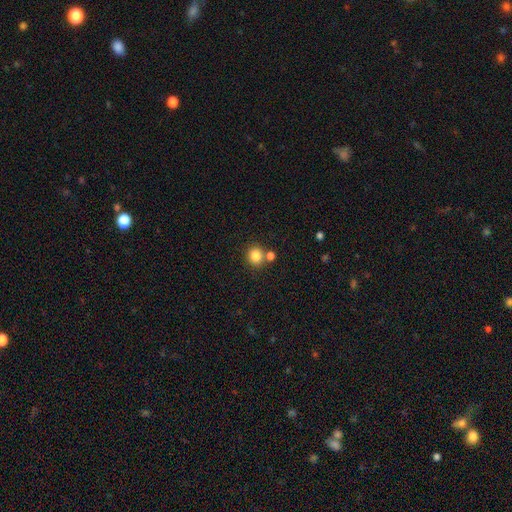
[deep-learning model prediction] A smooth galaxy with no disk features (84%) that is round (84%). Merging: none (68%).